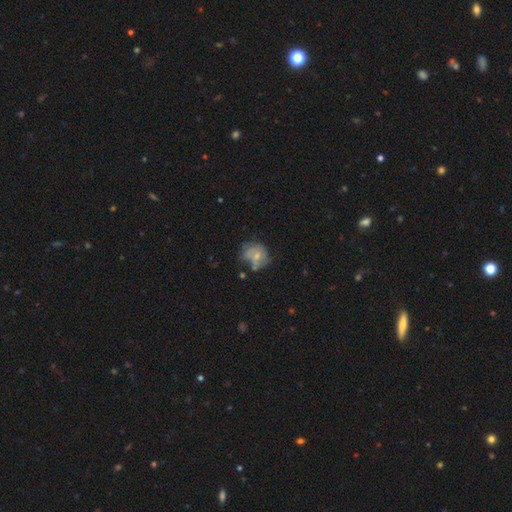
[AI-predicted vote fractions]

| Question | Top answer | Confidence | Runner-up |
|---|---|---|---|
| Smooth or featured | smooth | 48% | featured or disk (42%) |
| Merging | none | 39% | minor disturbance (29%) |